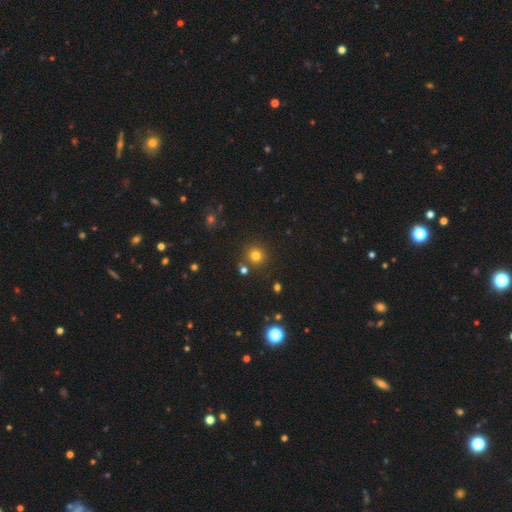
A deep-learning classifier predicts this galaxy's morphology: A smooth galaxy with no disk features (77%) that is round (94%). Merging: none (84%).